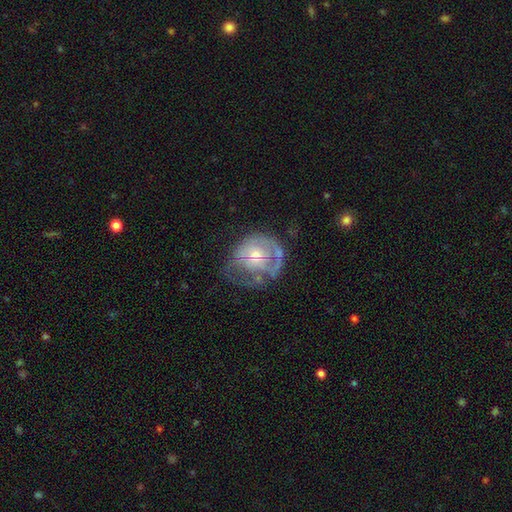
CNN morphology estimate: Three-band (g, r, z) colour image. It shows a featured or disk galaxy (63%) with no bar (81%), no spiral arms (53%) and a small central bulge (58%). Merging: none (35%, tied with major disturbance).